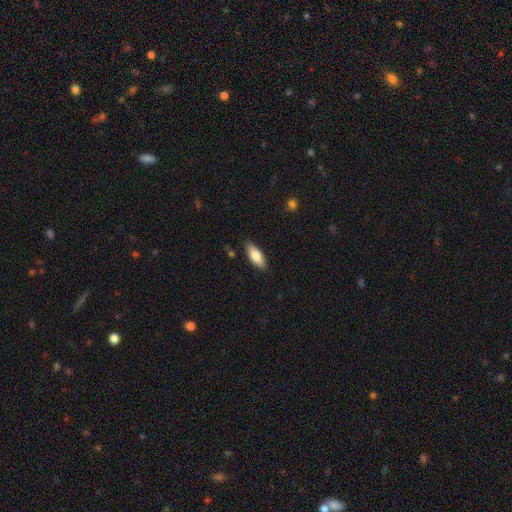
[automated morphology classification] This appears to be a smooth galaxy with no disk features (77%) that is in between round and cigar-shaped (70%). Merging: none (86%).